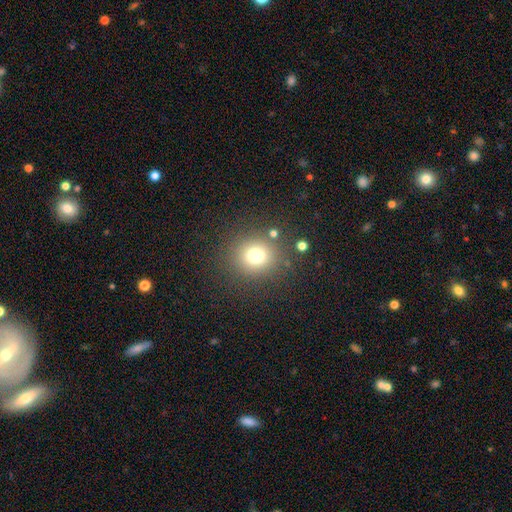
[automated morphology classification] The model was most divided on "smooth or featured": smooth: 74%, star or artifact: 17%, featured or disk: 9%. More confident: how rounded — round (86%); merging — none (84%).